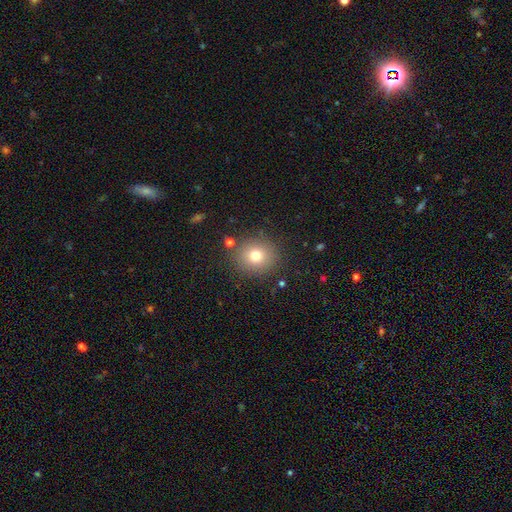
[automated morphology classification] Overall: smooth (75%). How rounded: round (86%). Merging: none (86%).